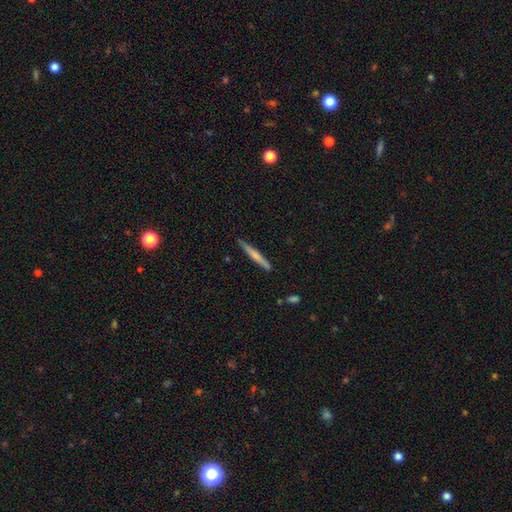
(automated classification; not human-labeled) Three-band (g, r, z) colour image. It shows a smooth galaxy with no disk features (58%) that is cigar-shaped (96%). Merging: none (86%).